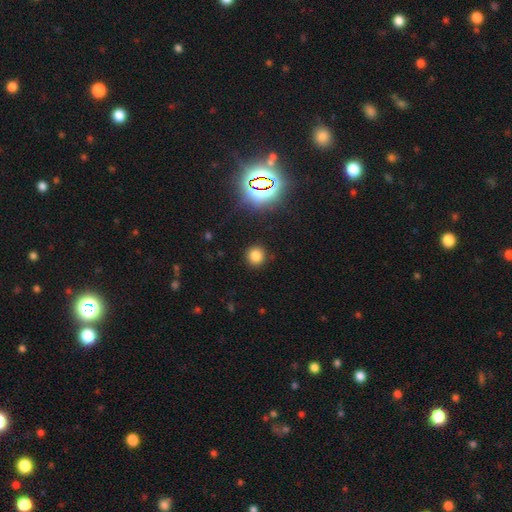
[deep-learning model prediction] smooth-or-featured: smooth: 77% | star or artifact: 18% | featured or disk: 5%
  how-rounded: round: 91% | in between: 8% | cigar-shaped: 1%
  merging: none: 90% | minor disturbance: 6% | major disturbance: 2% | merger: 1%